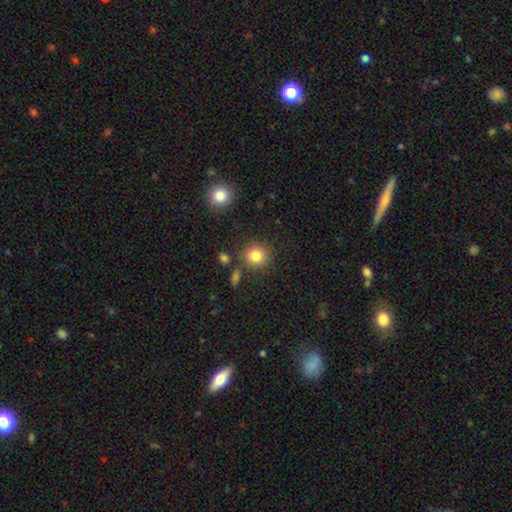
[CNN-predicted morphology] type=smooth (82%); roundness=round (89%); merging=none (82%).